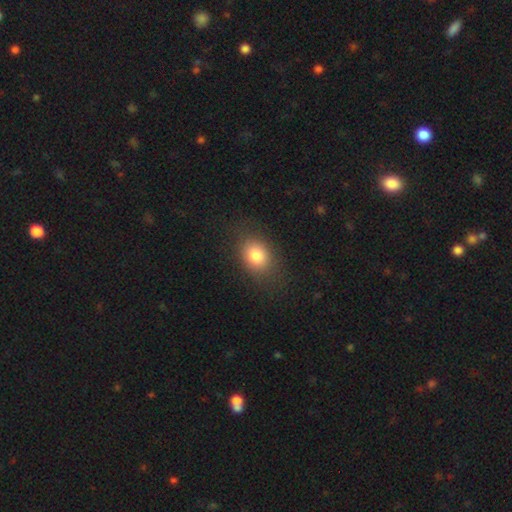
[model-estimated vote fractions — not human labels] Smooth or featured? smooth (82%)
How rounded? in between (61%)
Merging? none (80%)